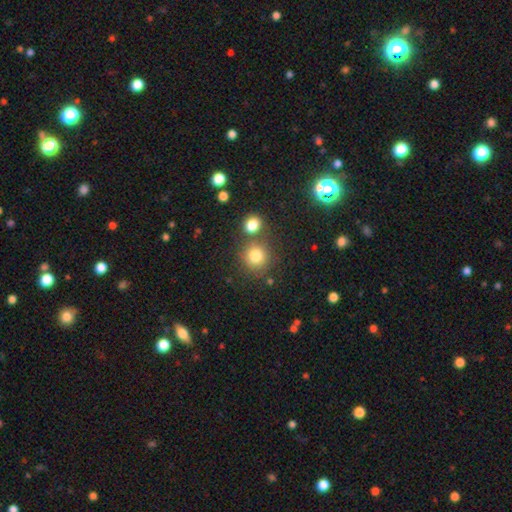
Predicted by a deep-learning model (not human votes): smooth_or_featured: smooth (p=0.79) [alt: star or artifact p=0.13]
how_rounded: round (p=0.89) [alt: in between p=0.10]
merging: none (p=0.68) [alt: merger p=0.20]